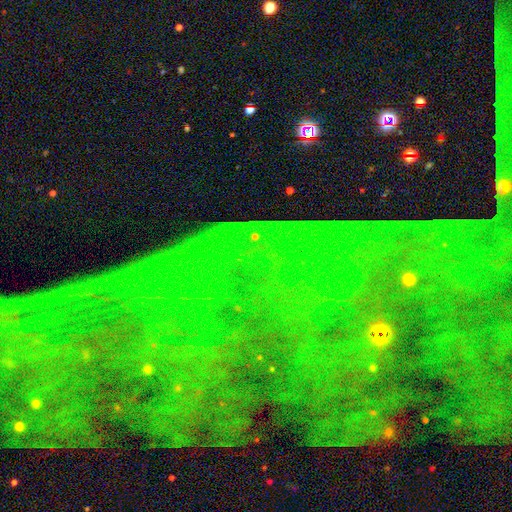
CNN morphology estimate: type=star or artifact (84%).